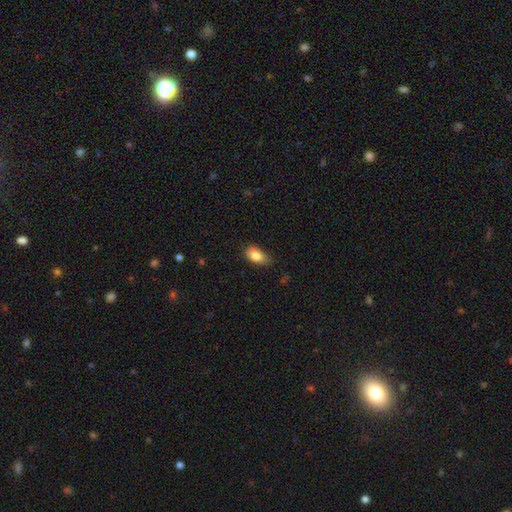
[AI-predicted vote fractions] smooth-or-featured: smooth: 84% | star or artifact: 8% | featured or disk: 8%
  how-rounded: in between: 90% | round: 7% | cigar-shaped: 3%
  merging: none: 67% | minor disturbance: 27% | major disturbance: 5% | merger: 1%